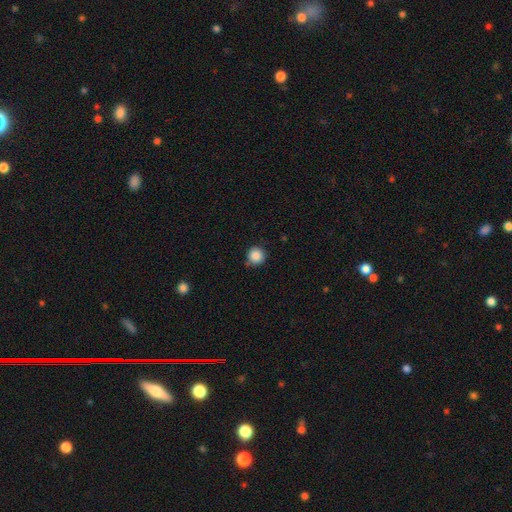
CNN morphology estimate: Q: Smooth or featured?
A: smooth (87%); runner-up: star or artifact (10%)
Q: How rounded?
A: round (95%); runner-up: in between (4%)
Q: Merging?
A: none (84%); runner-up: minor disturbance (11%)